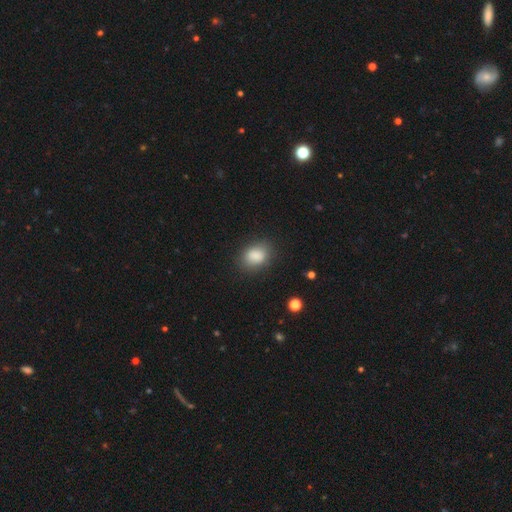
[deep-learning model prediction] The model was most divided on "how rounded": in between: 66%, round: 33%, cigar-shaped: 1%. More confident: smooth or featured — smooth (86%); merging — none (81%).